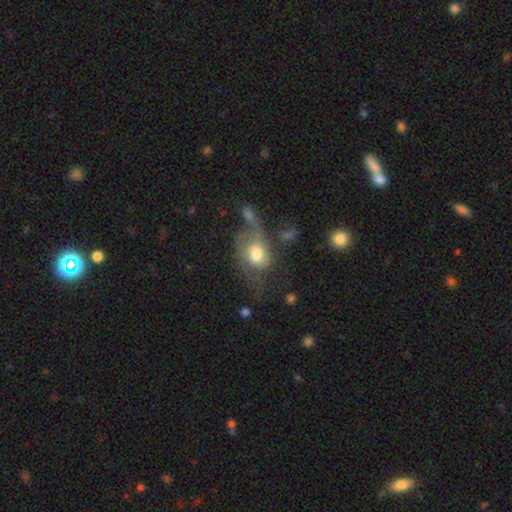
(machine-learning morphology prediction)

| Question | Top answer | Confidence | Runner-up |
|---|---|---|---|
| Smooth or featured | smooth | 48% | featured or disk (43%) |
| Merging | major disturbance | 41% | none (25%) |